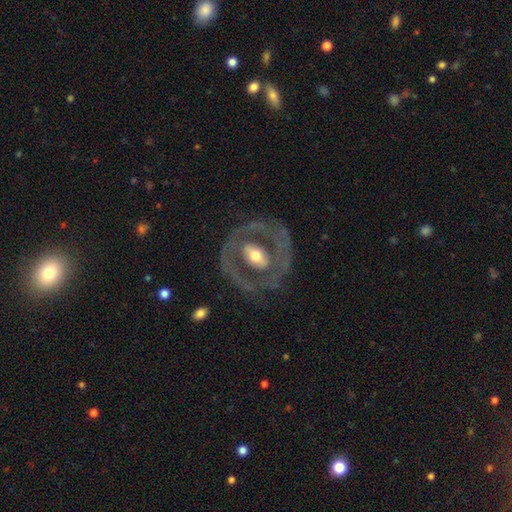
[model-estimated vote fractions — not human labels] Overall: featured or disk (70%). Edge-on disk: no (94%). Bar: no (50%; weak 27%). Spiral arms: no (68%; yes 32%). Bulge size: moderate (68%). Merging: none (72%).